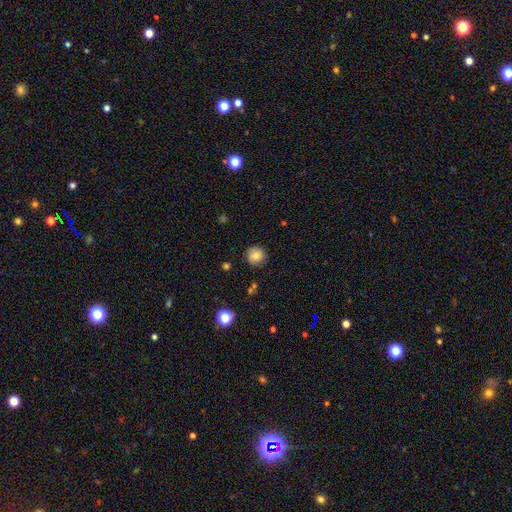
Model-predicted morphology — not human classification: Smooth or featured?
  - smooth: 77% *
  - featured or disk: 13%
  - star or artifact: 10%
How rounded?
  - round: 93% *
  - in between: 6%
  - cigar-shaped: 1%
Merging?
  - none: 85% *
  - minor disturbance: 11%
  - major disturbance: 2%
  - merger: 1%